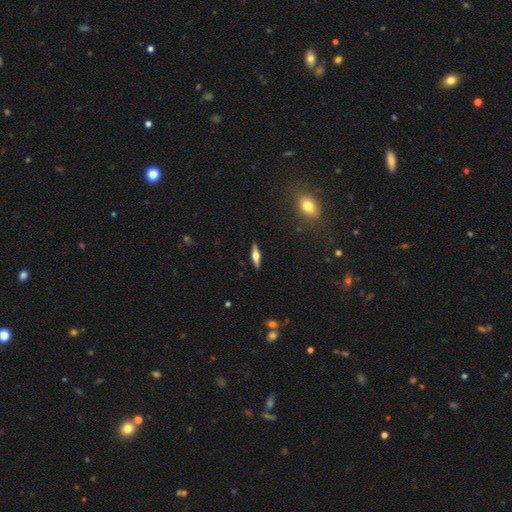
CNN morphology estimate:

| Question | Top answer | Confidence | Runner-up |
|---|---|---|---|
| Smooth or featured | featured or disk | 61% | smooth (32%) |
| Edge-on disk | yes | 96% | no (4%) |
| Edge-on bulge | rounded | 92% | boxy (6%) |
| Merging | none | 90% | minor disturbance (7%) |